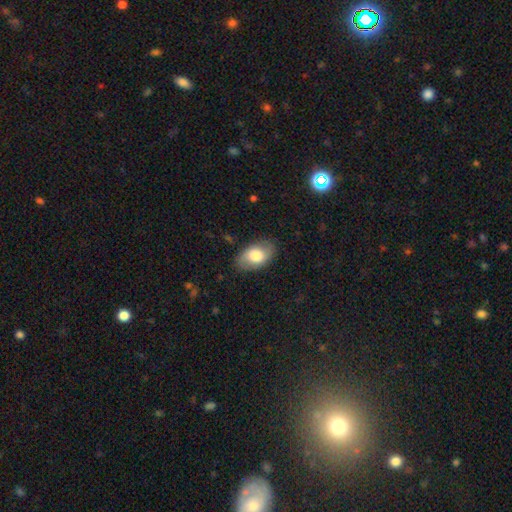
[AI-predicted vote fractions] smooth_or_featured: smooth (p=0.72) [alt: featured or disk p=0.21]
how_rounded: in between (p=0.92) [alt: round p=0.07]
merging: none (p=0.81) [alt: minor disturbance p=0.14]